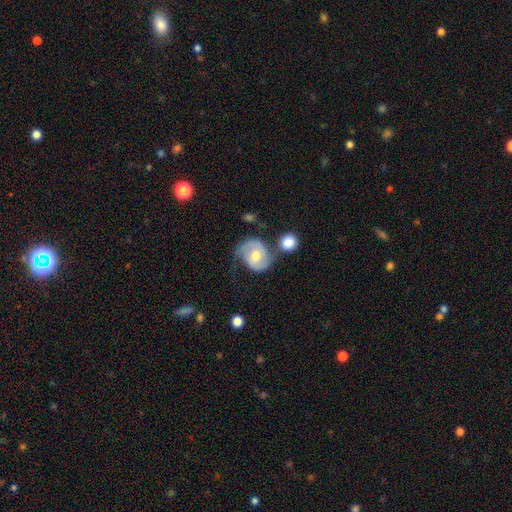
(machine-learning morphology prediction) Smooth or featured? featured or disk (65%)
Edge-on disk? no (97%)
Bar? weak (45%)
Spiral arms? yes (84%)
Spiral winding? medium (47%)
Spiral arm count? 2 (83%)
Bulge size? moderate (73%)
Merging? none (53%)